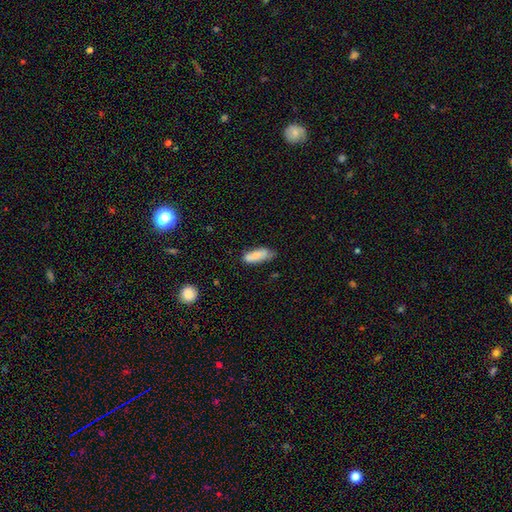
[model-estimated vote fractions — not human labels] A smooth galaxy with no disk features (79%) that is in between round and cigar-shaped (71%). Merging: none (56%).